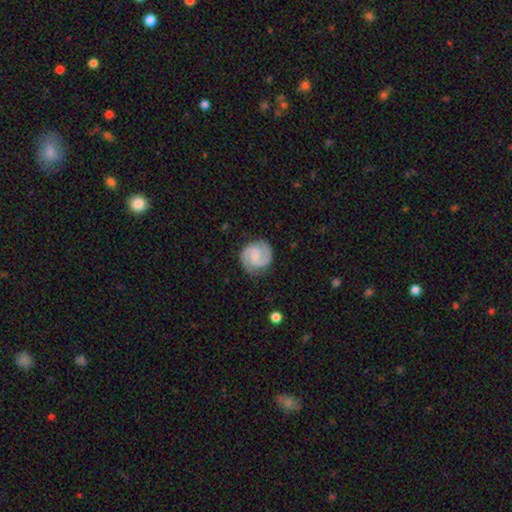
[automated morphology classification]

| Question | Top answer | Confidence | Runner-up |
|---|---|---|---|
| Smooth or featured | featured or disk | 81% | smooth (14%) |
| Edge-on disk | no | 98% | yes (2%) |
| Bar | weak | 48% | no (39%) |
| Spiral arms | yes | 97% | no (3%) |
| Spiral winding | medium | 53% | tight (31%) |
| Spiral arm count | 2 | 92% | can't tell (3%) |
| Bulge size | none | 49% | small (34%) |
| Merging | none | 83% | minor disturbance (12%) |